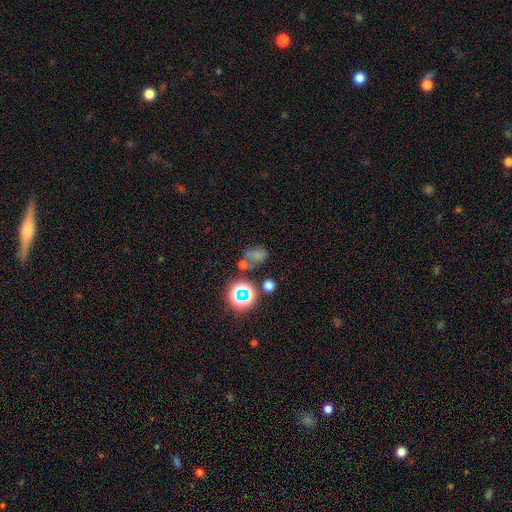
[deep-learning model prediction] This is possibly a smooth galaxy (57%). How rounded: likely in between (67%). Merging: possibly none (47%).